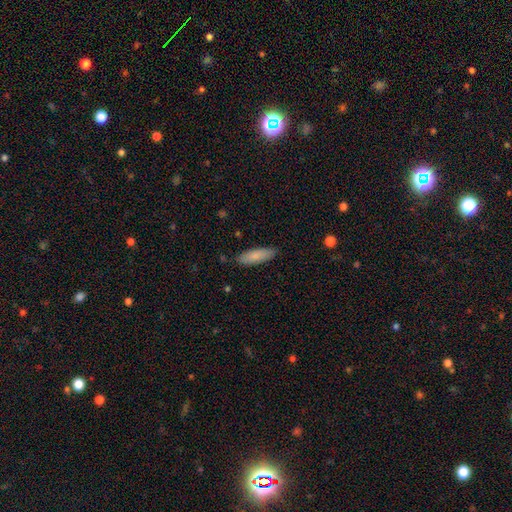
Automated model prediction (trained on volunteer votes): Smooth or featured? smooth (84%)
How rounded? cigar-shaped (51%)
Merging? none (87%)